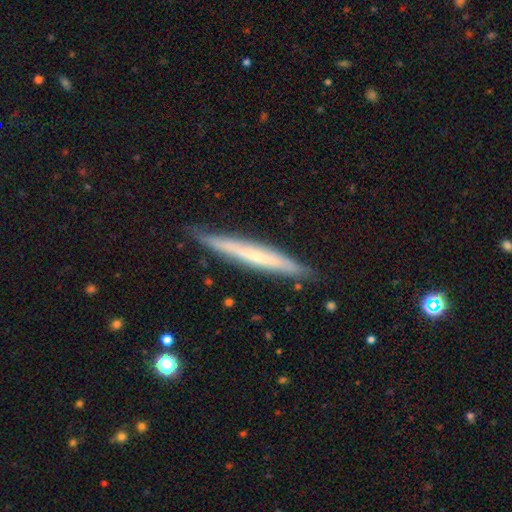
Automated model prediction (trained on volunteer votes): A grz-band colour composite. It shows a featured or disk galaxy (54%) viewed edge-on (93%) with no central bulge (61%). Merging: none (87%).